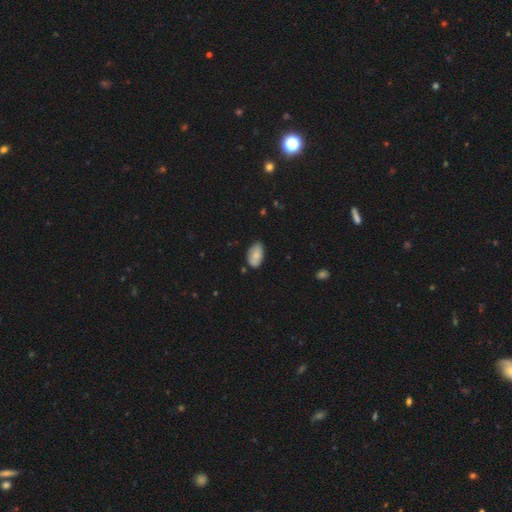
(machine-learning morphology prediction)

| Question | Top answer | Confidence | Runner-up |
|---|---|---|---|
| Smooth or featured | smooth | 80% | featured or disk (13%) |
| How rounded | in between | 94% | round (4%) |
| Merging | none | 70% | minor disturbance (25%) |